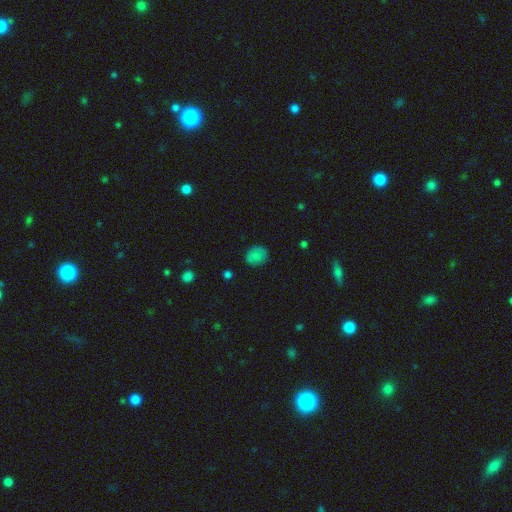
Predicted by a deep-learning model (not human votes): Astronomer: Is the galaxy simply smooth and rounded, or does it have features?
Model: smooth — 81%.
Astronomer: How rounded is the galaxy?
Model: round — 68%.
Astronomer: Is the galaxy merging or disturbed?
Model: none — 81%.